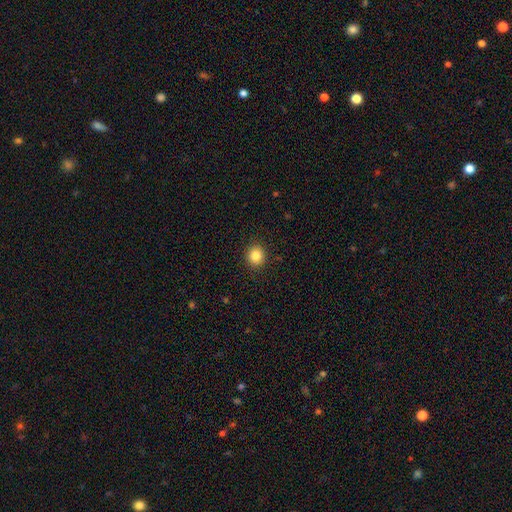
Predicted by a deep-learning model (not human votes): smooth-or-featured: smooth: 85% | star or artifact: 10% | featured or disk: 5%
  how-rounded: round: 86% | in between: 13% | cigar-shaped: 1%
  merging: none: 92% | minor disturbance: 5% | major disturbance: 2% | merger: 1%